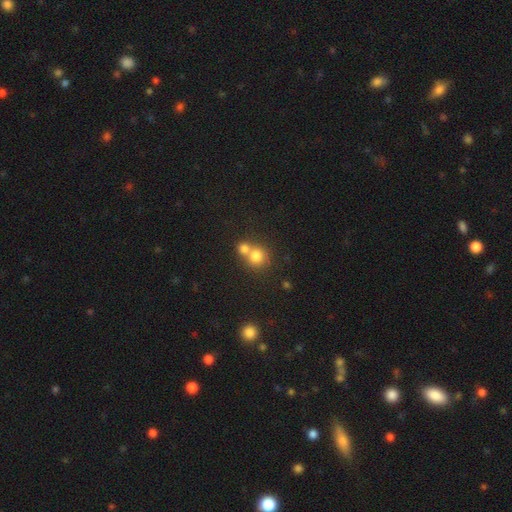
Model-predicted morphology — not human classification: This appears to be a smooth galaxy with no disk features (78%) that is round (87%). Merging: merger (52%).